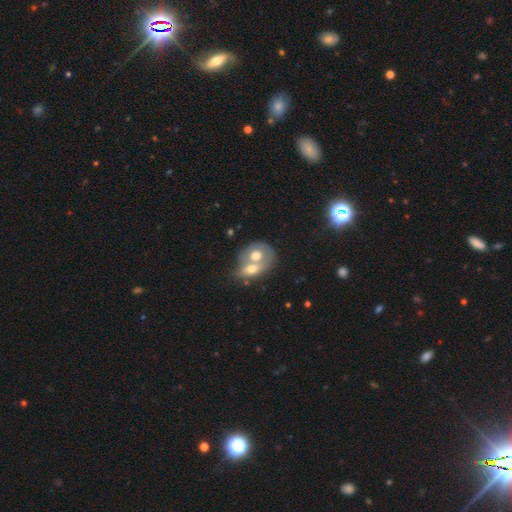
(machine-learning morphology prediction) smooth-or-featured: smooth: 52% | featured or disk: 41% | star or artifact: 7%
  how-rounded: in between: 51% | round: 47% | cigar-shaped: 2%
  merging: merger: 71% | none: 17% | minor disturbance: 7% | major disturbance: 5%